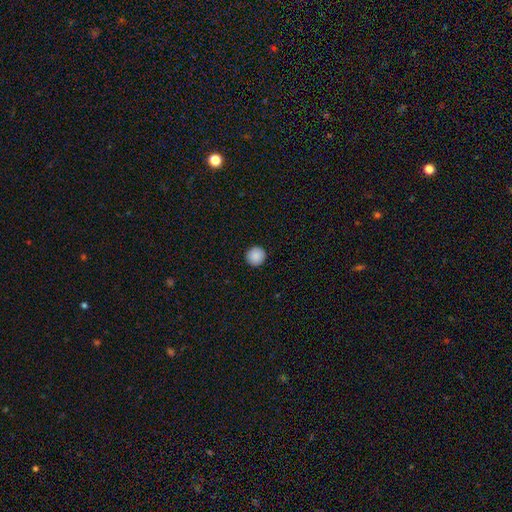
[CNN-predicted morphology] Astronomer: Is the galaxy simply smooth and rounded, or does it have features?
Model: smooth — 88%.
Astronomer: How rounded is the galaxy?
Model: round — 95%.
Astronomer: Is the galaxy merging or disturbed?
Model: none — 93%.